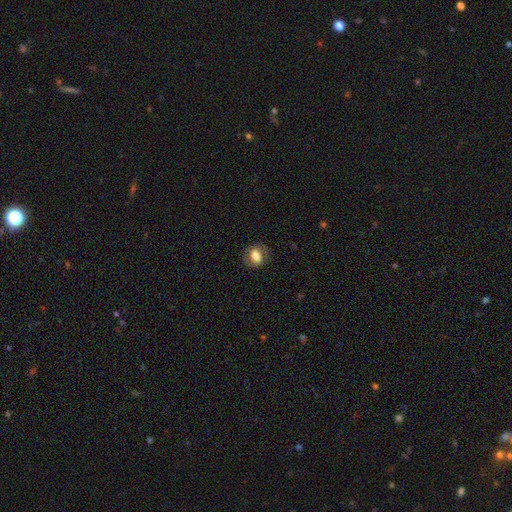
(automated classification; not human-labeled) Q: Smooth or featured?
A: smooth (72%); runner-up: featured or disk (20%)
Q: How rounded?
A: in between (62%); runner-up: round (36%)
Q: Merging?
A: none (78%); runner-up: minor disturbance (15%)